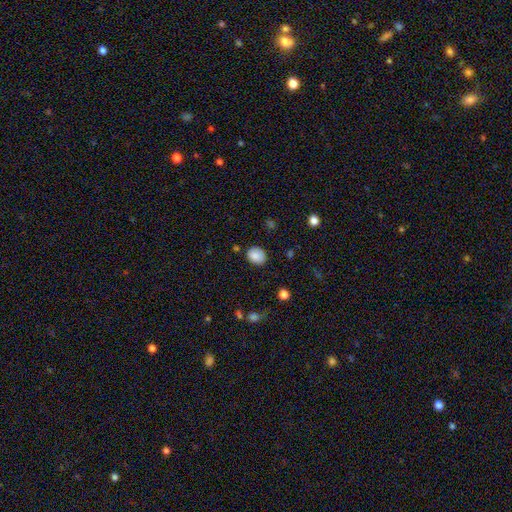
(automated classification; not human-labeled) This appears to be a smooth galaxy with no disk features (86%) that is round (55%). Merging: none (83%).